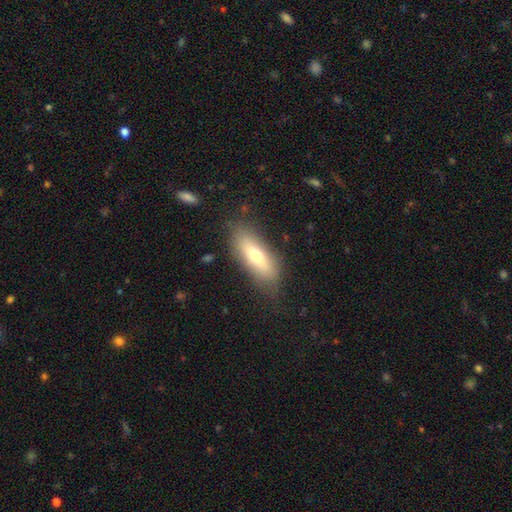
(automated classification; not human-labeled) A smooth galaxy with no disk features (66%) that is in between round and cigar-shaped (63%).

Vote fractions:
- Smooth or featured? smooth: 66% / featured or disk: 27% / star or artifact: 7%
- How rounded? in between: 63% / cigar-shaped: 35% / round: 3%
- Merging? none: 78% / minor disturbance: 16% / major disturbance: 5% / merger: 2%